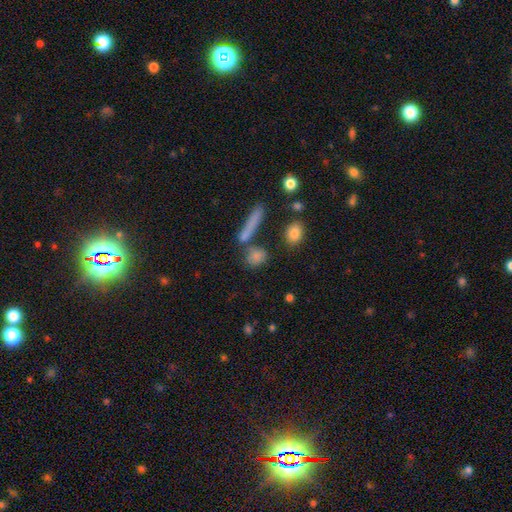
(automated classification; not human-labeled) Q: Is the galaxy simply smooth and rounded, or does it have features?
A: smooth — 78%.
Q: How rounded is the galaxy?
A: round — 50%.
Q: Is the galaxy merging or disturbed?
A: none — 67%.